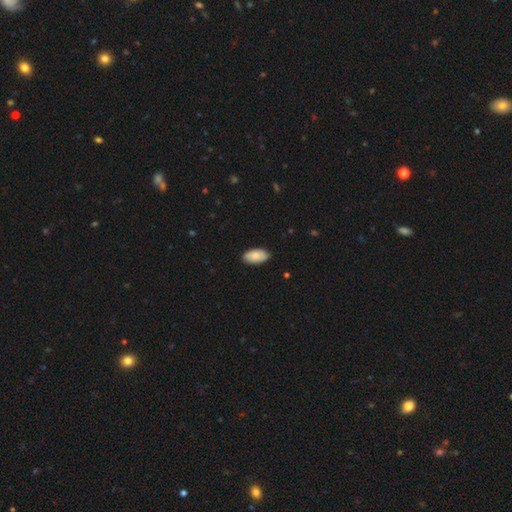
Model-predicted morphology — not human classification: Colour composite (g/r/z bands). It shows a smooth galaxy with no disk features (85%) that is in between round and cigar-shaped (95%). Merging: none (86%).